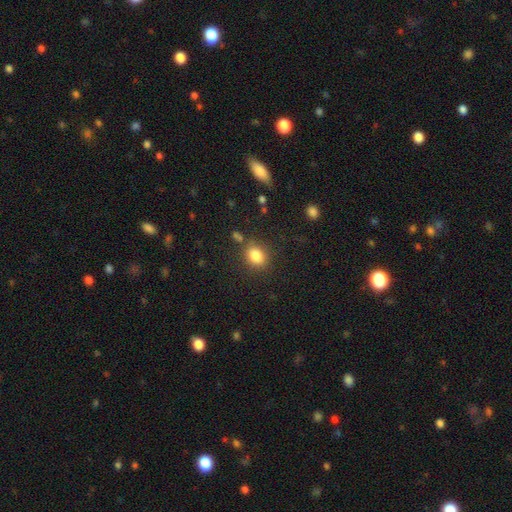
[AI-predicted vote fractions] A smooth galaxy with no disk features (84%) that is in between round and cigar-shaped (53%).

Vote fractions:
- Smooth or featured? smooth: 84% / star or artifact: 10% / featured or disk: 6%
- How rounded? in between: 53% / round: 45% / cigar-shaped: 1%
- Merging? none: 79% / minor disturbance: 12% / merger: 5% / major disturbance: 4%